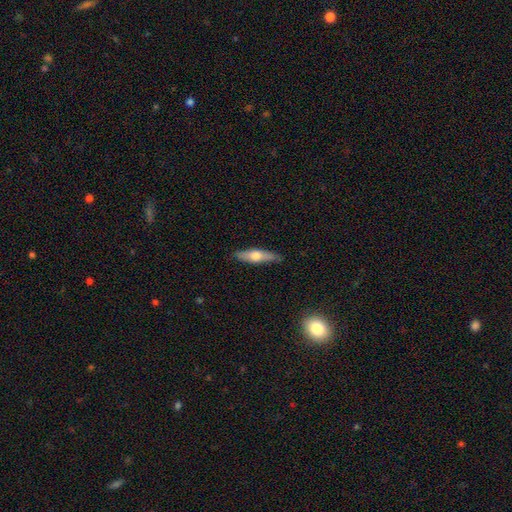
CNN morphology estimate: Overall: smooth (49%; featured or disk 45%). Merging: none (86%).